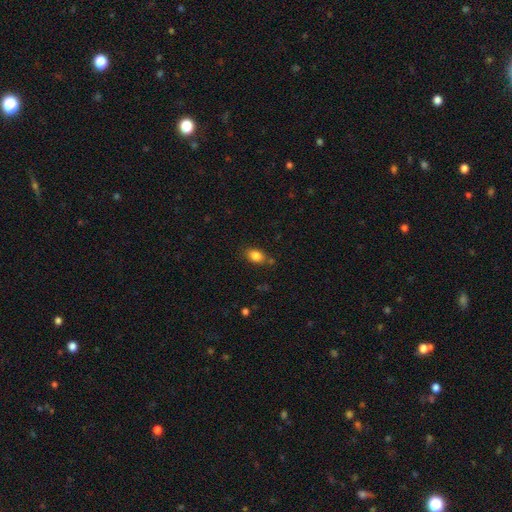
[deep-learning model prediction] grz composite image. It shows a smooth galaxy with no disk features (84%) that is in between round and cigar-shaped (79%). Merging: none (74%).